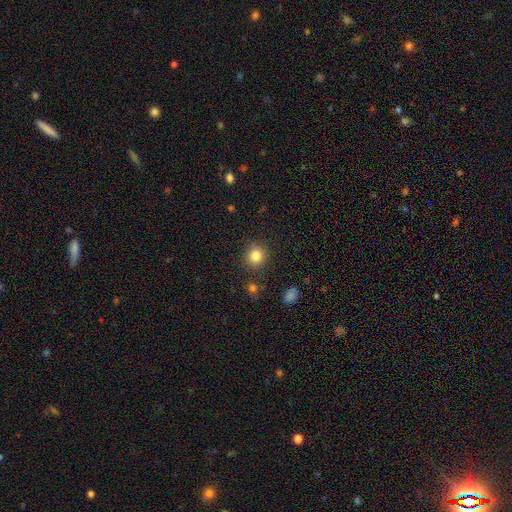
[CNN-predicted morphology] smooth_or_featured: smooth (p=0.83) [alt: star or artifact p=0.11]
how_rounded: round (p=0.89) [alt: in between p=0.10]
merging: none (p=0.86) [alt: minor disturbance p=0.08]